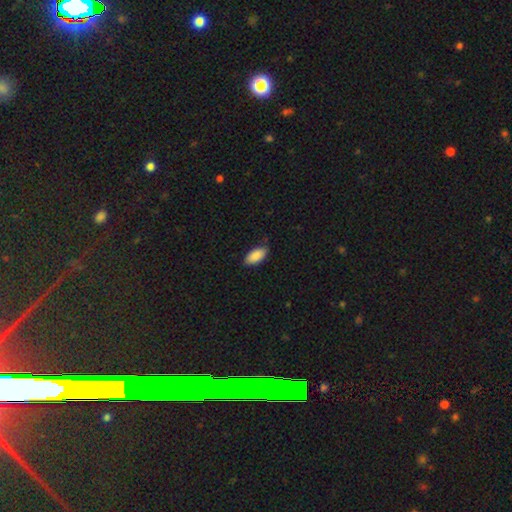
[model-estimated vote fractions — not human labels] Smooth or featured: smooth — 90% (star or artifact — 6%)
How rounded: in between — 93% (cigar-shaped — 5%)
Merging: none — 81% (minor disturbance — 15%)